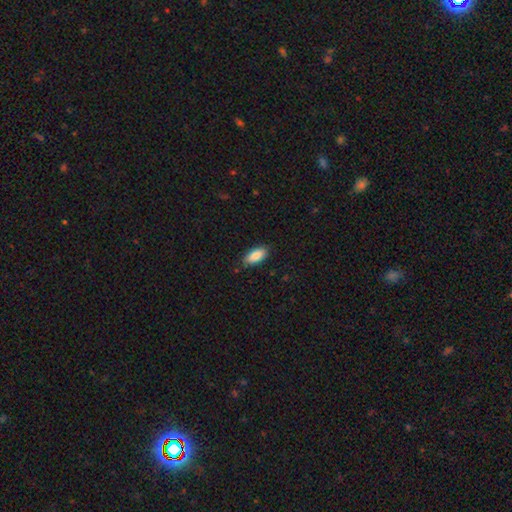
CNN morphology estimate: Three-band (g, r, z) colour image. It shows a smooth galaxy with no disk features (88%) that is in between round and cigar-shaped (88%). Merging: none (83%).